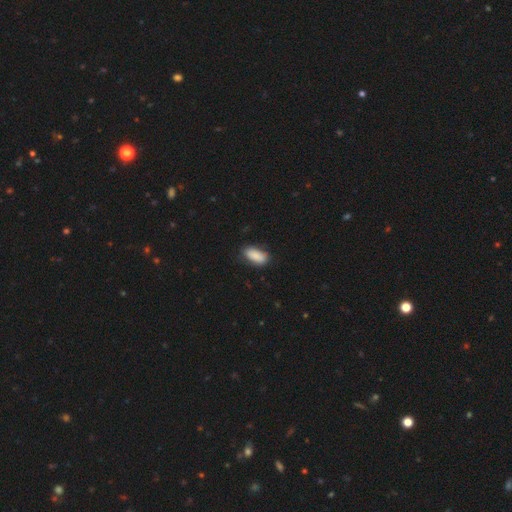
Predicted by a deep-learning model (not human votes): This is clearly a smooth galaxy (88%). How rounded: clearly in between (89%). Merging: likely none (75%).